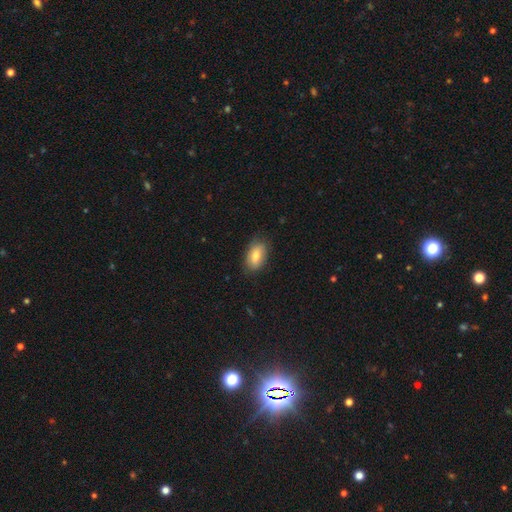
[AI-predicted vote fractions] This is likely a smooth galaxy (80%). How rounded: clearly in between (91%). Merging: likely none (80%).